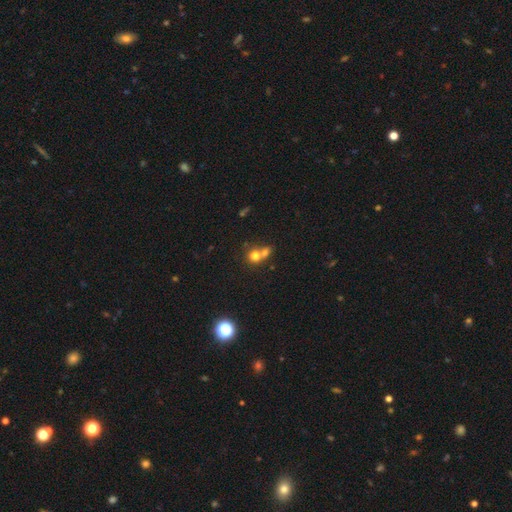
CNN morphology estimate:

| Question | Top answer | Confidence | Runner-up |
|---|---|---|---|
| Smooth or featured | smooth | 73% | star or artifact (13%) |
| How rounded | round | 81% | in between (18%) |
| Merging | merger | 57% | none (34%) |